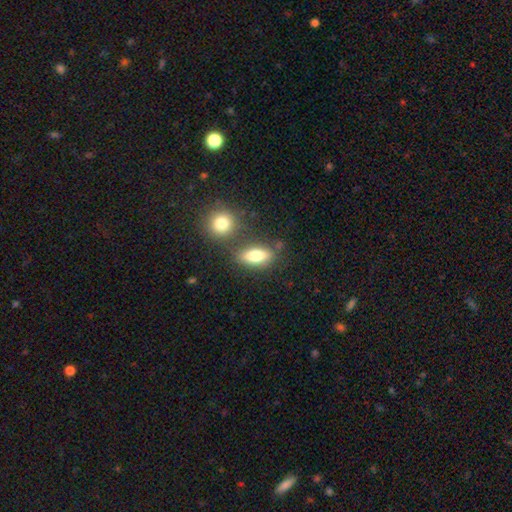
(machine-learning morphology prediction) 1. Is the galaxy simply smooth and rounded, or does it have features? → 78% smooth, 14% featured or disk, 8% star or artifact.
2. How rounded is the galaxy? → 77% in between, 16% cigar-shaped, 6% round.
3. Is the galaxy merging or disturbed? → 67% none, 16% merger, 13% minor disturbance, 5% major disturbance.